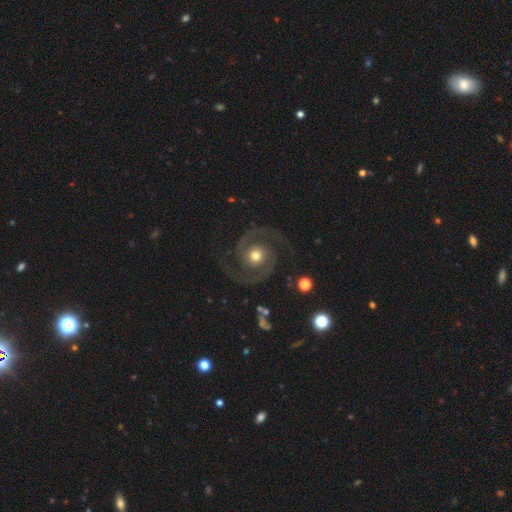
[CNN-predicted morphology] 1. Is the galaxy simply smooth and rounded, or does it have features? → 92% featured or disk, 5% star or artifact, 4% smooth.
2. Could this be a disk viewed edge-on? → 98% no, 2% yes.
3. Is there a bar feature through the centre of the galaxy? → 77% no, 17% weak, 6% strong.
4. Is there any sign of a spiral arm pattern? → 98% yes, 2% no.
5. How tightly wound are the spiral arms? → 55% medium, 34% tight, 12% loose.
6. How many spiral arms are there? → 95% 2, 1% can't tell, 1% 3, 1% 1, 1% 4, 1% more than 4.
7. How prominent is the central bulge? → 70% moderate, 22% small, 6% large, 1% dominant, 1% none.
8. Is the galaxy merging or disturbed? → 84% none, 10% minor disturbance, 5% major disturbance, 2% merger.